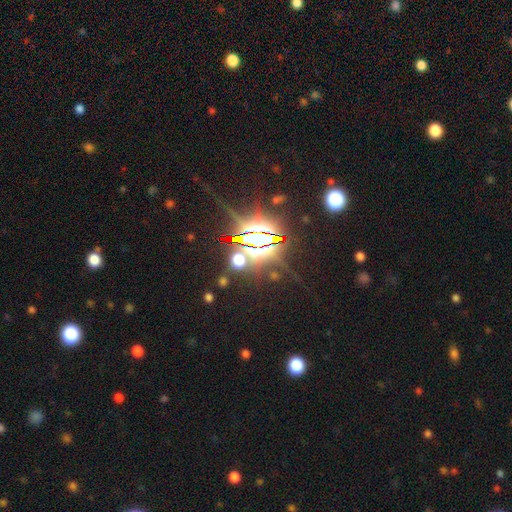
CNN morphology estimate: type=star or artifact (84%).